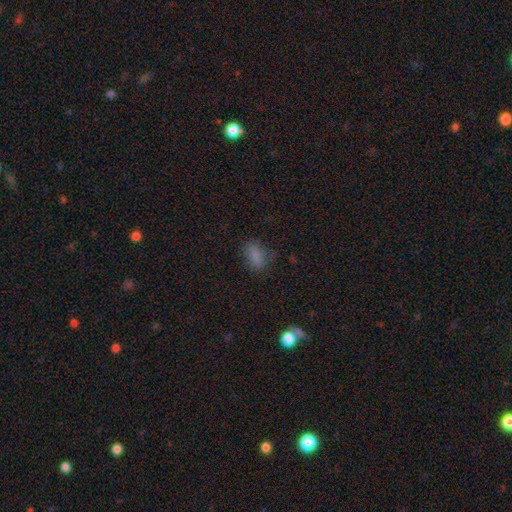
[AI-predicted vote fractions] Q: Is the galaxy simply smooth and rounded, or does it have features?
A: smooth — 78%.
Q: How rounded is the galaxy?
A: in between — 86%.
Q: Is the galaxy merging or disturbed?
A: none — 69%.